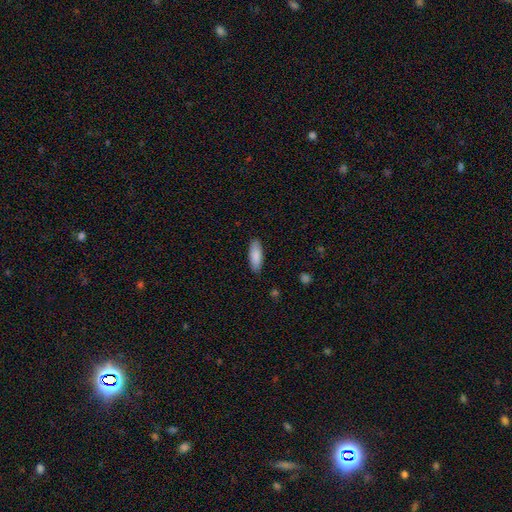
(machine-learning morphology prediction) Smooth or featured? smooth (88%)
How rounded? in between (66%)
Merging? none (87%)